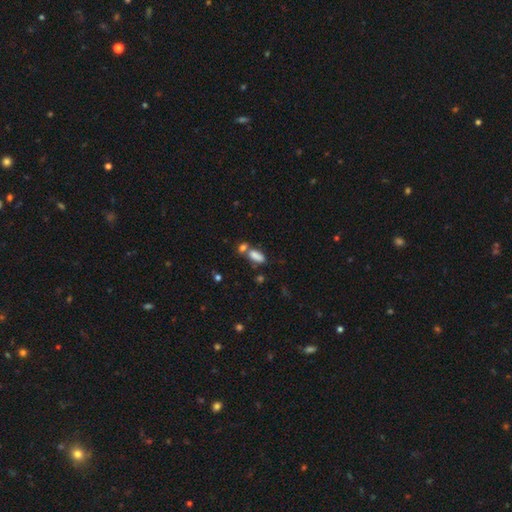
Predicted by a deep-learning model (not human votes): smooth 81%, star or artifact 10%, featured or disk 9%. Down the decision tree: how rounded — in between (81%); merging — merger (42%).